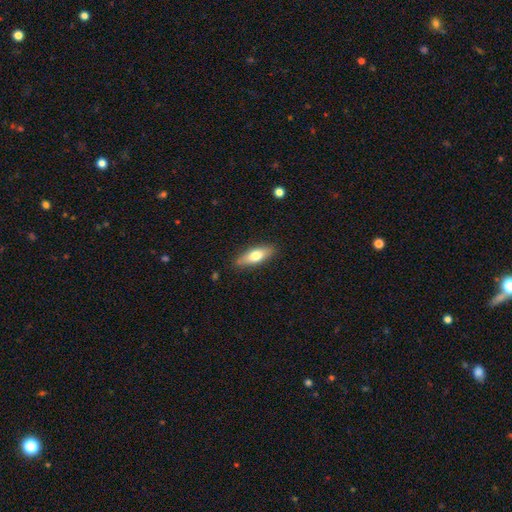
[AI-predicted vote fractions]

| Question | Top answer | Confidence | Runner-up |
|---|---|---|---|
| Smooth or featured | smooth | 68% | featured or disk (26%) |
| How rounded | in between | 63% | cigar-shaped (34%) |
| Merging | none | 85% | minor disturbance (12%) |